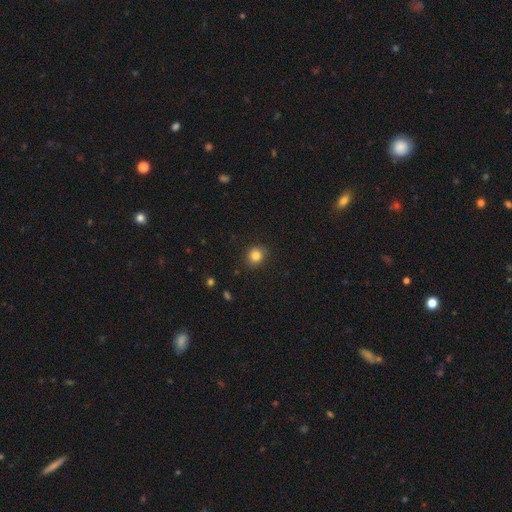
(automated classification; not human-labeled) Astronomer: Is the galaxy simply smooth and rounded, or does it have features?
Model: smooth — 84%.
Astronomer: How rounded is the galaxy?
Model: round — 83%.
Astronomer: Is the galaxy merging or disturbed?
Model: none — 88%.